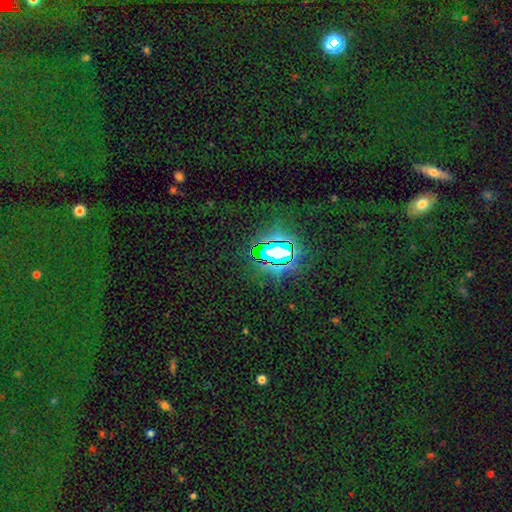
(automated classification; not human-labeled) This appears to be a star or artifact, not a galaxy (80%).